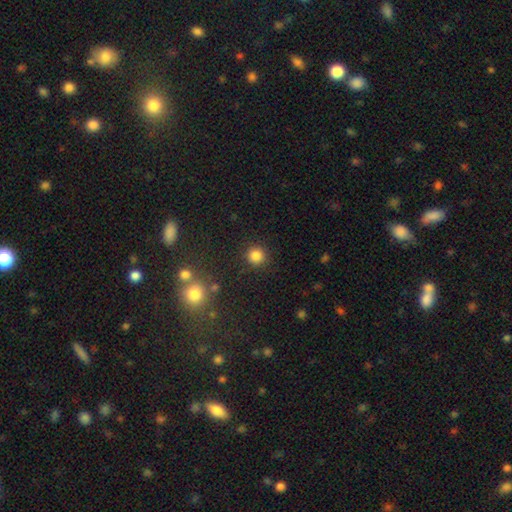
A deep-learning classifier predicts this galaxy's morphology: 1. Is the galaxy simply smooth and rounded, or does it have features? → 84% smooth, 12% star or artifact, 4% featured or disk.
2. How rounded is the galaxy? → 93% round, 6% in between, 1% cigar-shaped.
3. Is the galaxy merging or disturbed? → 89% none, 6% minor disturbance, 3% major disturbance, 2% merger.